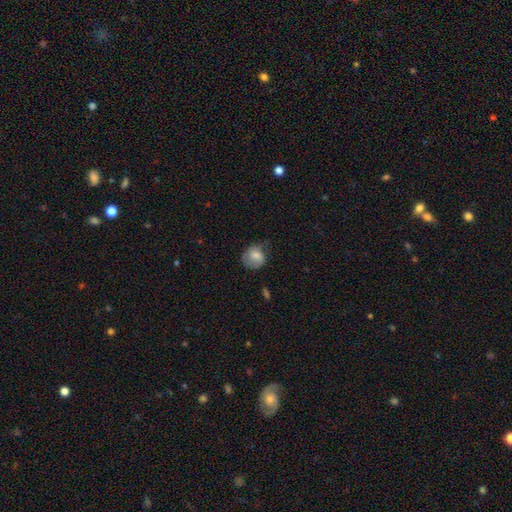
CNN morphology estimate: type=smooth (71%); roundness=round (71%); merging=none (51%).